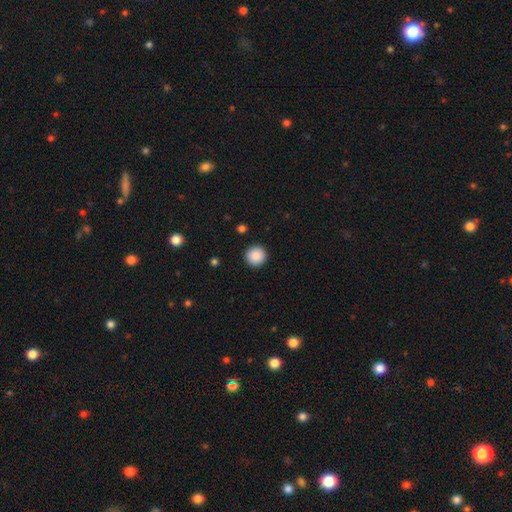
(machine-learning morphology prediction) Smooth or featured? smooth (88%)
How rounded? round (96%)
Merging? none (93%)